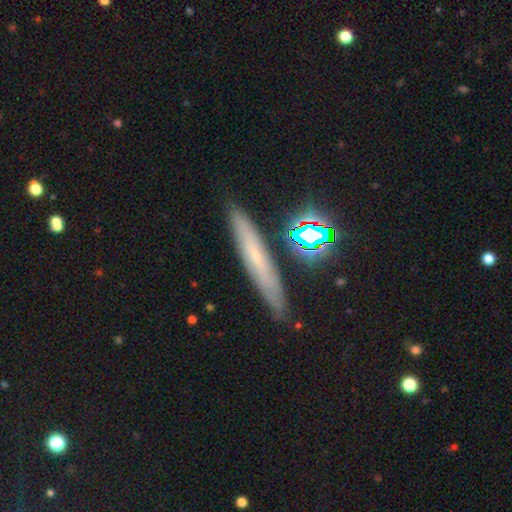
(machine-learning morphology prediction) Smooth or featured?
  - smooth: 42% * (tied)
  - featured or disk: 42% * (tied)
  - star or artifact: 16%
Merging?
  - none: 83% *
  - minor disturbance: 11%
  - merger: 3%
  - major disturbance: 3%